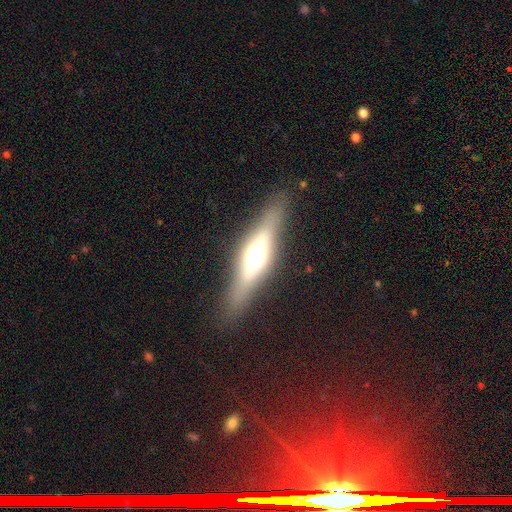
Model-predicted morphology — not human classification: Overall: featured or disk (60%; smooth 30%). Edge-on disk: yes (91%). Edge-on bulge: rounded (93%). Merging: none (87%).